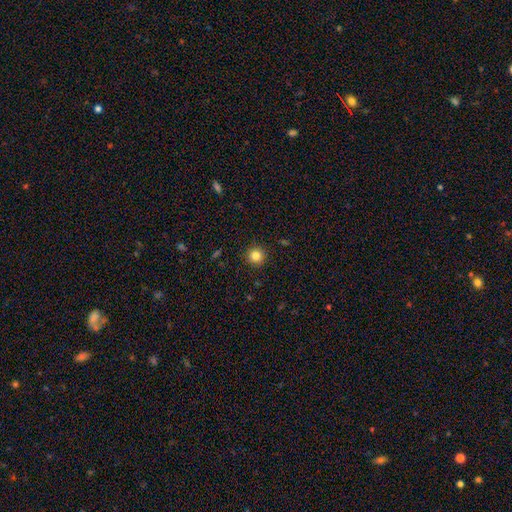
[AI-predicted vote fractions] A smooth galaxy with no disk features (83%) that is round (95%). Merging: none (92%).